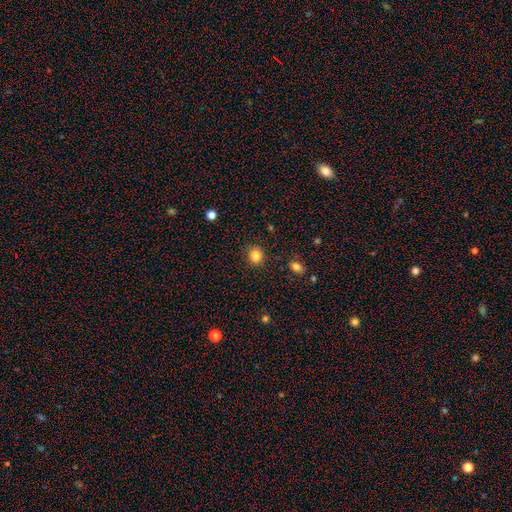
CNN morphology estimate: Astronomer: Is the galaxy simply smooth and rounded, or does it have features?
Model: smooth — 84%.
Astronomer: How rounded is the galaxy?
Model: round — 82%.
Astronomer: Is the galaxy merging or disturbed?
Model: none — 89%.